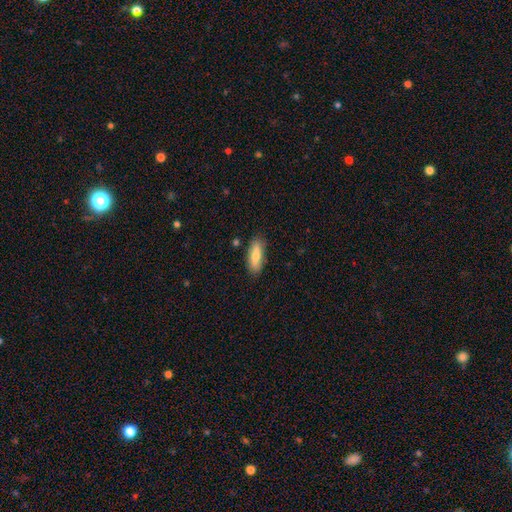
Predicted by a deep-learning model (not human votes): A smooth galaxy with no disk features (75%) that is in between round and cigar-shaped (61%).

Vote fractions:
- Smooth or featured? smooth: 75% / featured or disk: 19% / star or artifact: 6%
- How rounded? in between: 61% / cigar-shaped: 37% / round: 2%
- Merging? none: 85% / minor disturbance: 11% / major disturbance: 2% / merger: 2%